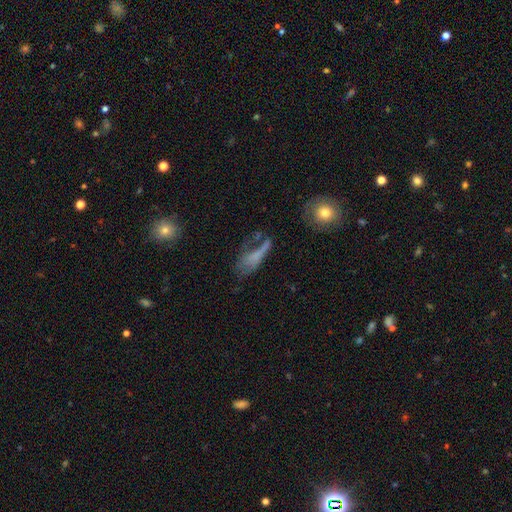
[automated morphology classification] smooth-or-featured: smooth: 56% | featured or disk: 29% | star or artifact: 15%
  how-rounded: in between: 53% | cigar-shaped: 40% | round: 6%
  merging: major disturbance: 34% | none: 32% | minor disturbance: 23% | merger: 11%